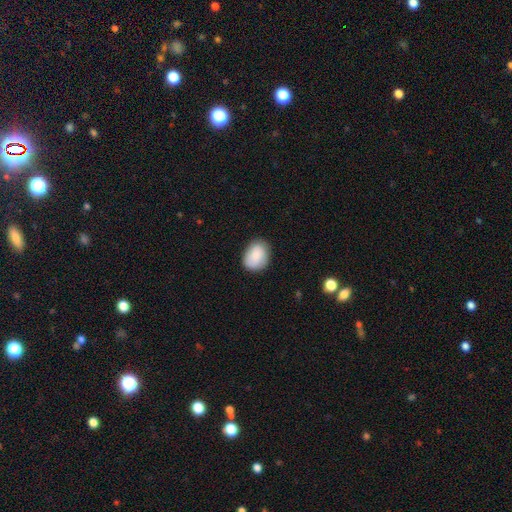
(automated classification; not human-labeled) This appears to be a smooth galaxy with no disk features (85%) that is in between round and cigar-shaped (66%). Merging: none (79%).